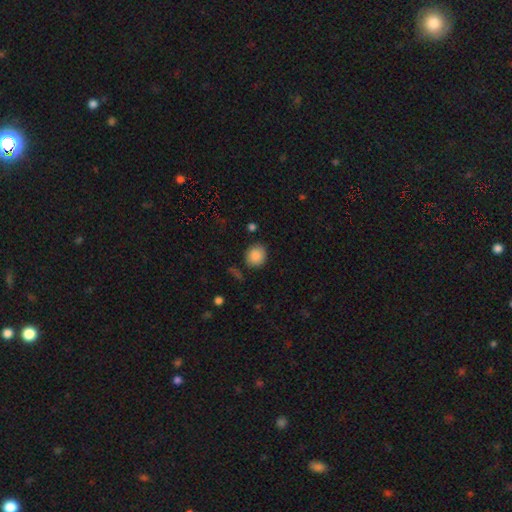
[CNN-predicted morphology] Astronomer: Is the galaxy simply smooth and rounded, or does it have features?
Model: smooth — 88%.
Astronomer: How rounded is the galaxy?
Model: round — 78%.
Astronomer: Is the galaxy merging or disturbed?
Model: none — 83%.